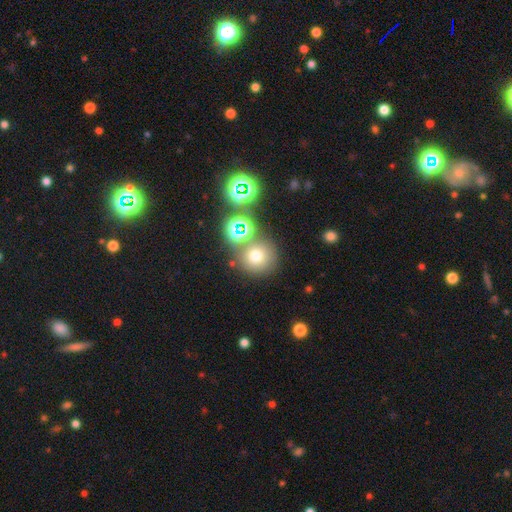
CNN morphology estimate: This is likely a smooth galaxy (65%). How rounded: clearly round (92%). Merging: likely none (72%).